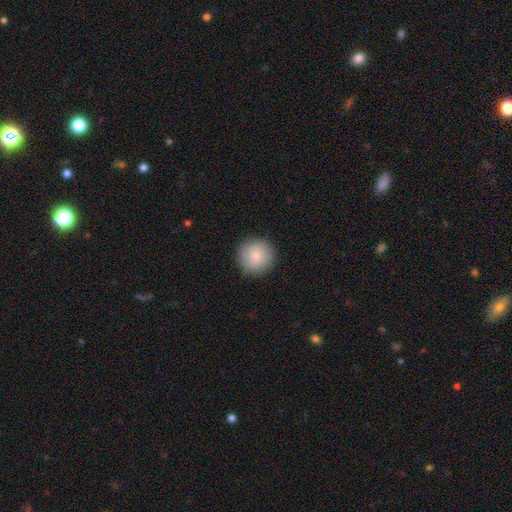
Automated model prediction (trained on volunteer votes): The model was most divided on "smooth or featured": smooth: 81%, featured or disk: 12%, star or artifact: 7%. More confident: how rounded — round (95%); merging — none (90%).